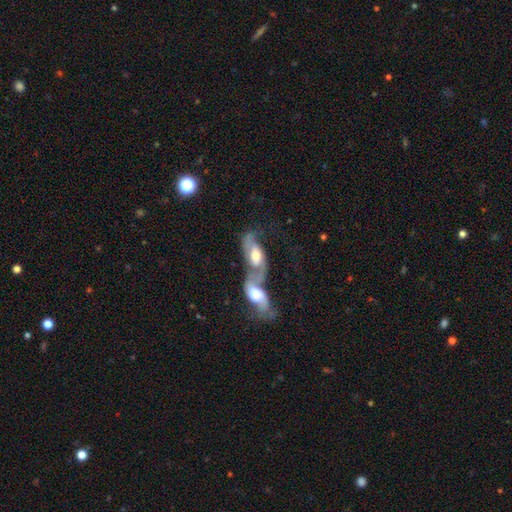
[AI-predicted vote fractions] A featured or disk galaxy (62%) with no bar (58%), spiral arms (78%) and a moderate central bulge (57%).

Vote fractions:
- Smooth or featured? featured or disk: 62% / smooth: 32% / star or artifact: 6%
- Edge-on disk? no: 87% / yes: 13%
- Bar? no: 58% / weak: 30% / strong: 11%
- Spiral arms? yes: 78% / no: 22%
- Bulge size? moderate: 57% / large: 25% / small: 13% / none: 3% / dominant: 2%
- Merging? merger: 77% / none: 10% / major disturbance: 7% / minor disturbance: 6%